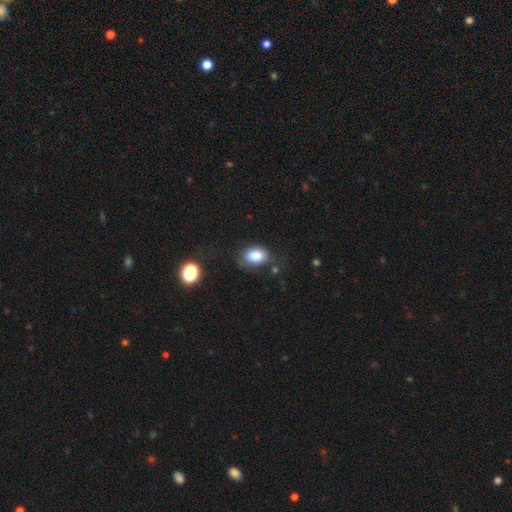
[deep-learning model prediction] A smooth galaxy with no disk features (83%) that is in between round and cigar-shaped (79%).

Vote fractions:
- Smooth or featured? smooth: 83% / star or artifact: 9% / featured or disk: 8%
- How rounded? in between: 79% / round: 20% / cigar-shaped: 1%
- Merging? none: 65% / minor disturbance: 22% / major disturbance: 8% / merger: 5%